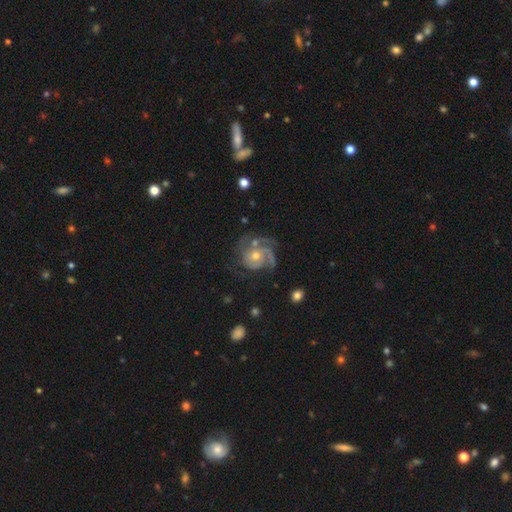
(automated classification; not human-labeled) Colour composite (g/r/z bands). It shows a featured or disk galaxy (84%) with no bar (77%), 3 (40%) tight (49%) spiral arms (95%) and a moderate central bulge (58%). Merging: none (54%).